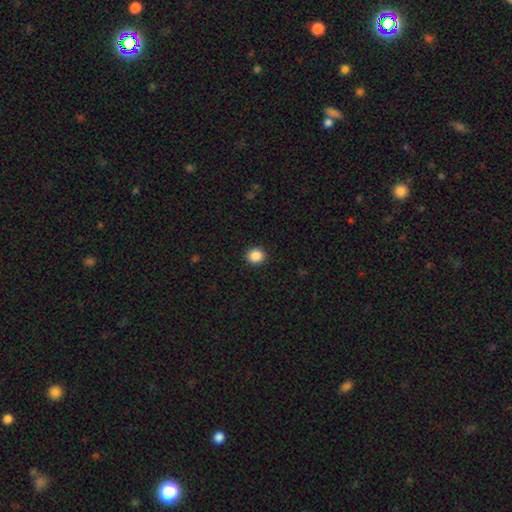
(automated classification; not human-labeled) Smooth or featured: smooth — 87% (star or artifact — 10%)
How rounded: round — 89% (in between — 11%)
Merging: none — 92% (minor disturbance — 5%)